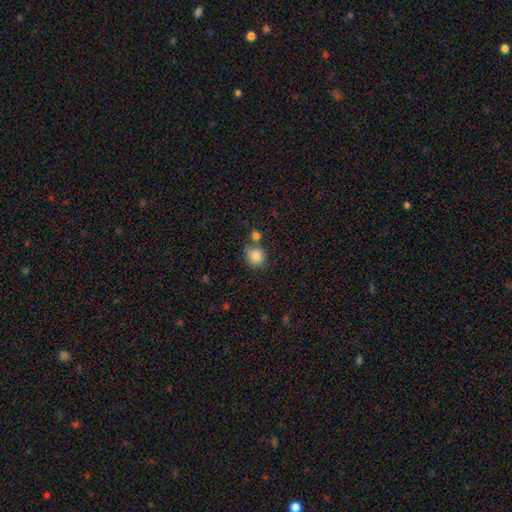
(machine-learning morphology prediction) Smooth or featured: smooth — 85% (star or artifact — 9%)
How rounded: round — 81% (in between — 18%)
Merging: none — 61% (merger — 21%)